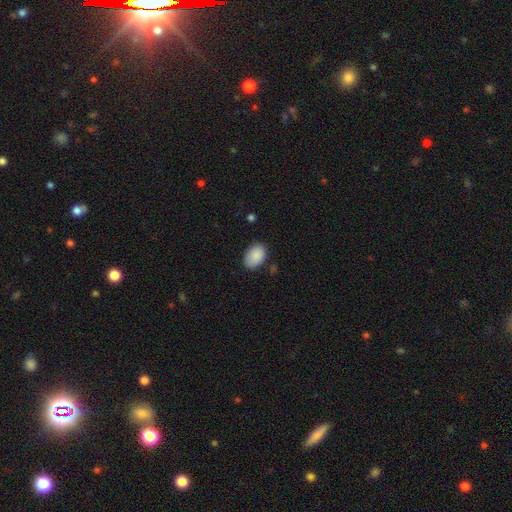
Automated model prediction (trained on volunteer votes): Smooth or featured? Predicted: smooth (p=0.89). How rounded? Predicted: in between (p=0.87). Merging? Predicted: none (p=0.80).